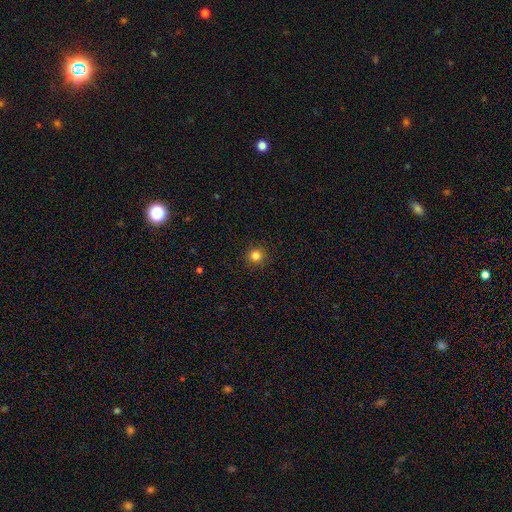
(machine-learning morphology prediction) smooth-or-featured: smooth: 82% | star or artifact: 13% | featured or disk: 5%
  how-rounded: round: 92% | in between: 7% | cigar-shaped: 1%
  merging: none: 91% | minor disturbance: 6% | major disturbance: 2% | merger: 1%